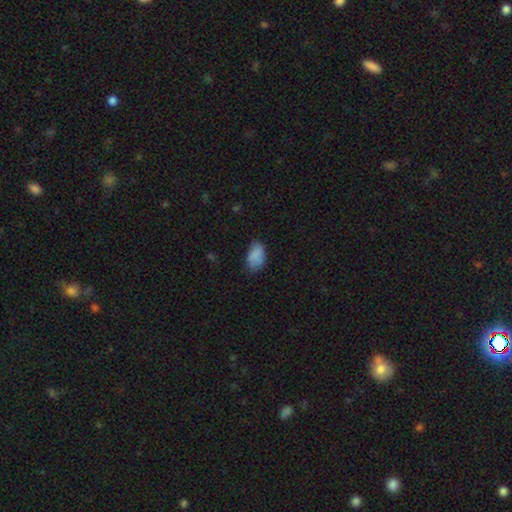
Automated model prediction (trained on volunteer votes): smooth 83%, star or artifact 9%, featured or disk 8%. Down the decision tree: how rounded — in between (91%); merging — none (65%).